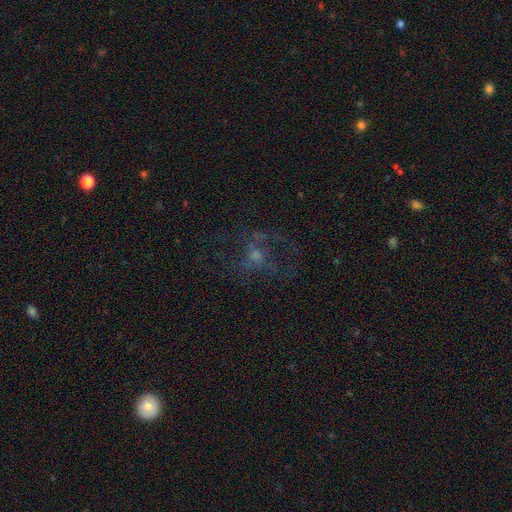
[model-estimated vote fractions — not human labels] The model was most divided on "merging": none: 50%, major disturbance: 31%, minor disturbance: 15%, merger: 3%. More confident: edge-on disk — no (96%); smooth or featured — featured or disk (52%).